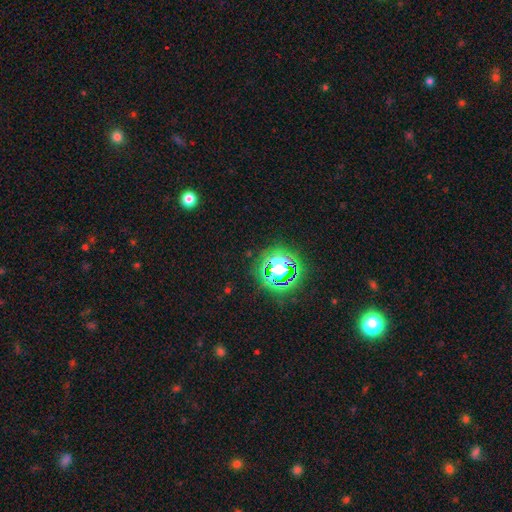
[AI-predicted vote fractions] smooth_or_featured: star or artifact (p=0.81) [alt: smooth p=0.13]